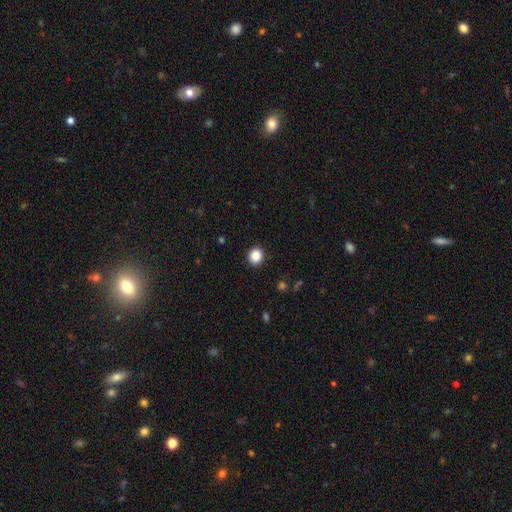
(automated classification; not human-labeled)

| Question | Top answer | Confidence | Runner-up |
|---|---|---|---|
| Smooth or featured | smooth | 87% | star or artifact (10%) |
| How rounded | round | 82% | in between (17%) |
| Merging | none | 91% | minor disturbance (6%) |